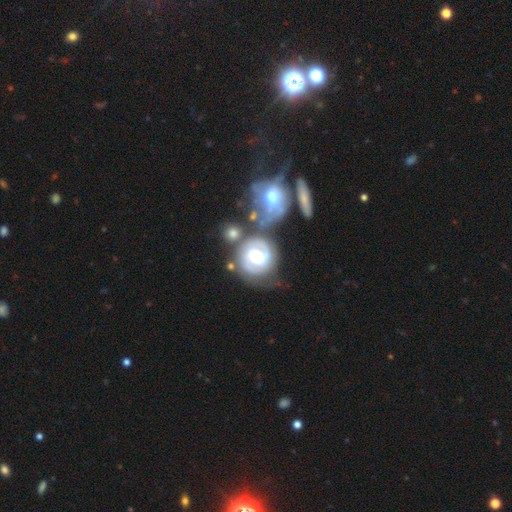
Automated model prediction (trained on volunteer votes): This is likely a featured or disk galaxy (73%). It is clearly not viewed edge-on (97%). Bar: possibly no (47%). Spiral arm pattern: likely yes (80%). Spiral arm count: likely 2 (72%). Spiral winding: possibly tight (54%). Central bulge: possibly moderate (50%). Merging: possibly none (50%).